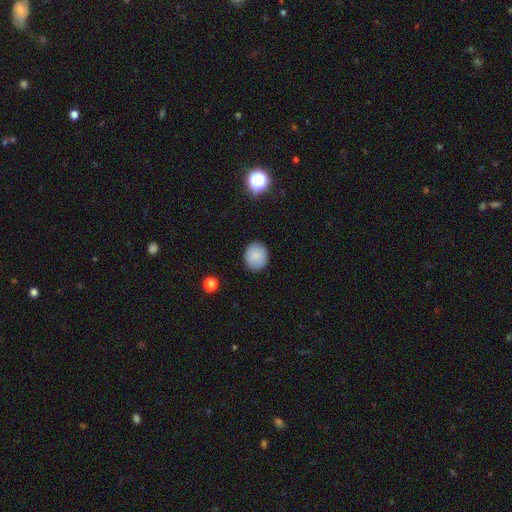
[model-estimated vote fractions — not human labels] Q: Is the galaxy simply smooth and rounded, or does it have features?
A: smooth — 86%.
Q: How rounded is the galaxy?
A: round — 70%.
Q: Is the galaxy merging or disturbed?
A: none — 88%.